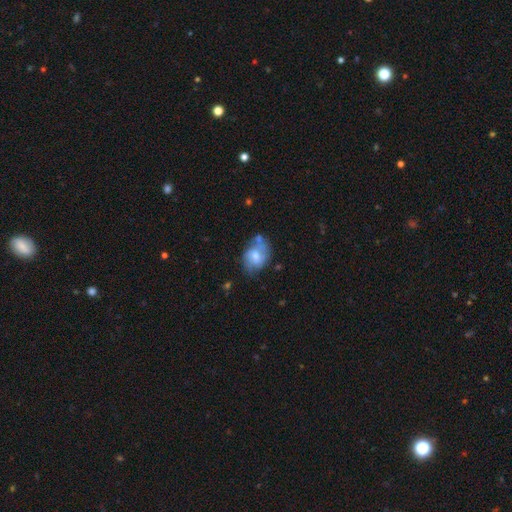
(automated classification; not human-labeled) smooth_or_featured: smooth (p=0.52) [alt: featured or disk p=0.40]
how_rounded: in between (p=0.63) [alt: round p=0.36]
merging: none (p=0.48) [alt: minor disturbance p=0.29]